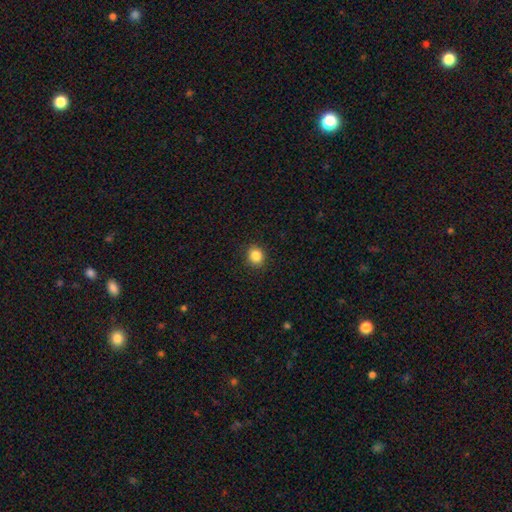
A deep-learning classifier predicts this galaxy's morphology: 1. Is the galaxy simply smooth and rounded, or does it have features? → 85% smooth, 10% star or artifact, 4% featured or disk.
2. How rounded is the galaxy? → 83% round, 16% in between, 1% cigar-shaped.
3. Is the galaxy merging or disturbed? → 91% none, 6% minor disturbance, 2% major disturbance, 1% merger.